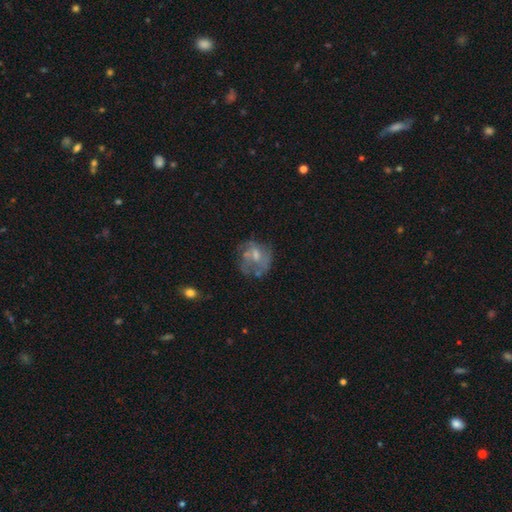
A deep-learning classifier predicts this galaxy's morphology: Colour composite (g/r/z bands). It shows a featured or disk galaxy (60%) with no bar (61%), no spiral arms (52%) and a moderate central bulge (40%, tied with small). Merging: none (48%).